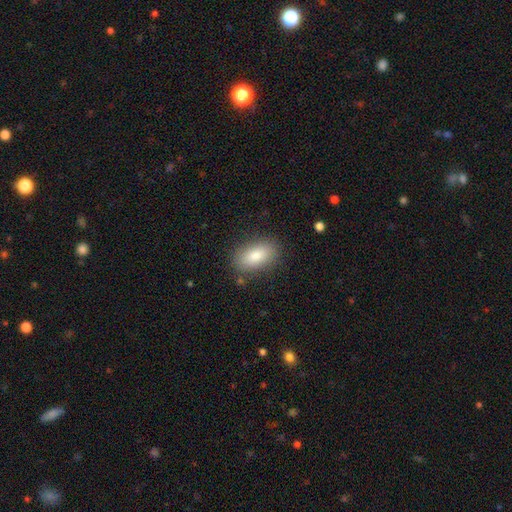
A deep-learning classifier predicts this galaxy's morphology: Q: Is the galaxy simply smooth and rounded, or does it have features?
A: smooth — 84%.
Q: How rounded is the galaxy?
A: in between — 91%.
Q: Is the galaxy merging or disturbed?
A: none — 84%.